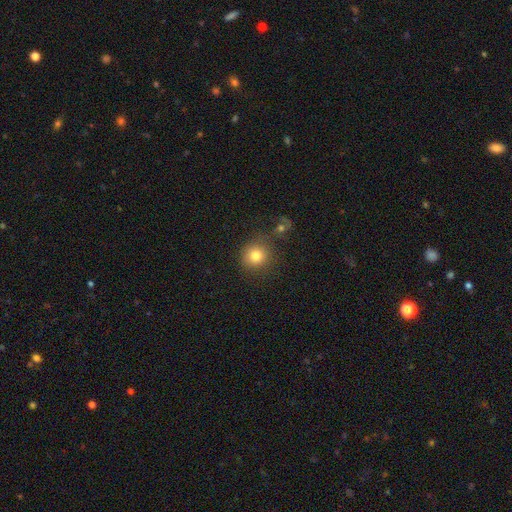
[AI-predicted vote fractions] Morphology: type=smooth (81%); roundness=round (90%); merging=none (77%).